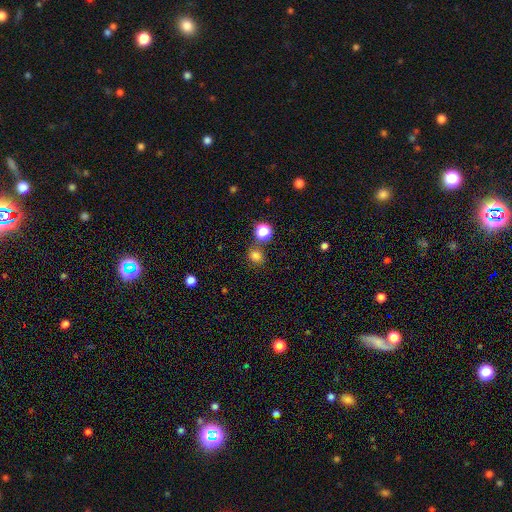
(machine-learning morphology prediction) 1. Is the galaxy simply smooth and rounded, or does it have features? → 78% smooth, 18% star or artifact, 5% featured or disk.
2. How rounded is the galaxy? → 80% round, 19% in between, 1% cigar-shaped.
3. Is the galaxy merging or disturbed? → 75% none, 11% merger, 10% minor disturbance, 4% major disturbance.